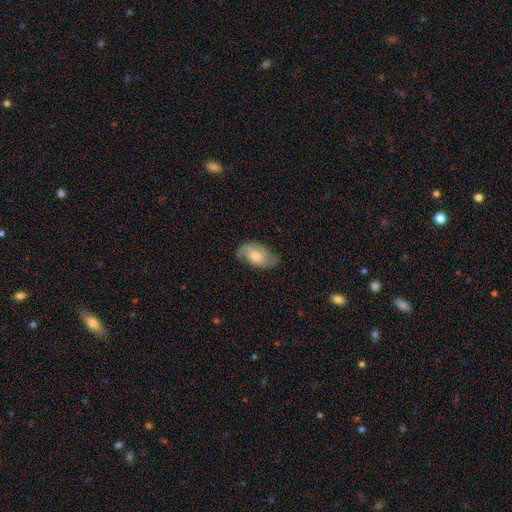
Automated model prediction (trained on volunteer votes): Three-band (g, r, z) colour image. It shows a smooth galaxy with no disk features (49%). Merging: none (63%).